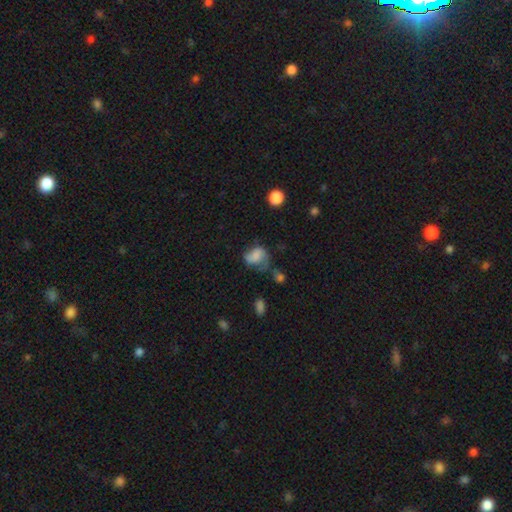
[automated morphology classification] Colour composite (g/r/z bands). It shows a smooth galaxy with no disk features (50%). Merging: major disturbance (36%).